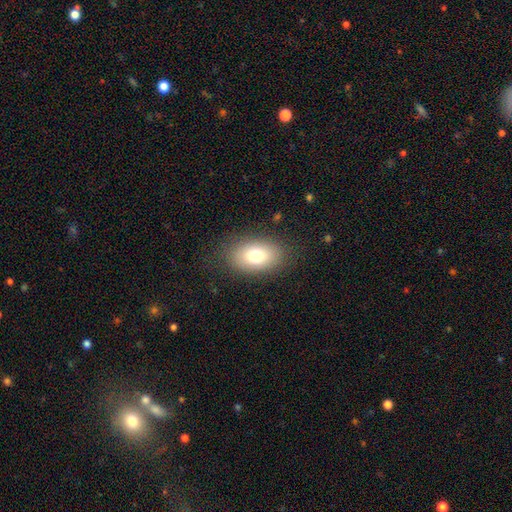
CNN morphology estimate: type=smooth (77%); roundness=in between (88%); merging=none (84%).